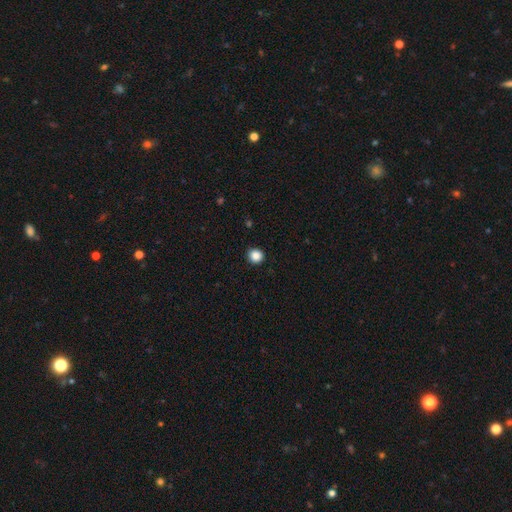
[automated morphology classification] smooth-or-featured: smooth: 87% | star or artifact: 10% | featured or disk: 3%
  how-rounded: round: 89% | in between: 10% | cigar-shaped: 1%
  merging: none: 92% | minor disturbance: 5% | major disturbance: 2% | merger: 1%